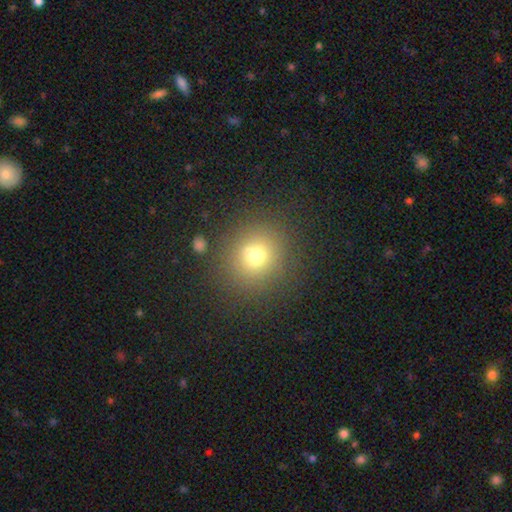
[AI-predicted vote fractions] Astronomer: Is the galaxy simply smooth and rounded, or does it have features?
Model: smooth — 68%.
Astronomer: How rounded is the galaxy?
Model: round — 86%.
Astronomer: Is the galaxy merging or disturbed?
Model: none — 67%.